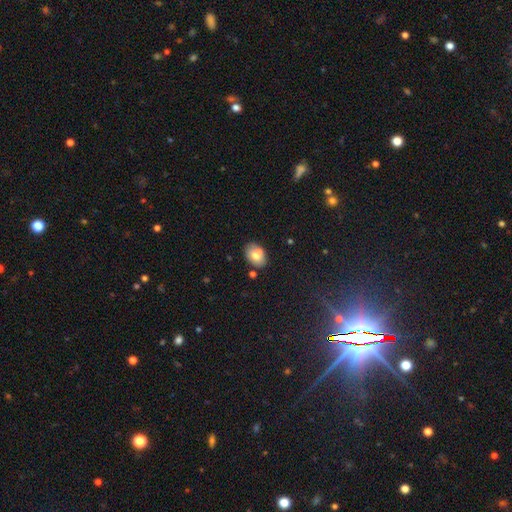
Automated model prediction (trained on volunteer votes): This is likely a smooth galaxy (69%). How rounded: likely in between (78%). Merging: possibly none (59%).